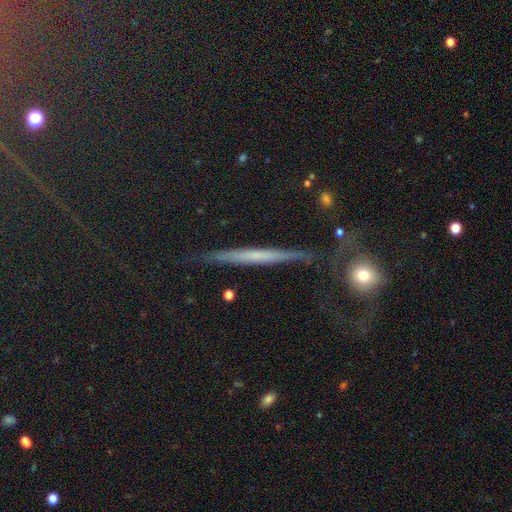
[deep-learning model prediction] The model was most divided on "smooth or featured": featured or disk: 50%, smooth: 39%, star or artifact: 11%. More confident: edge-on disk — yes (92%); merging — none (82%).